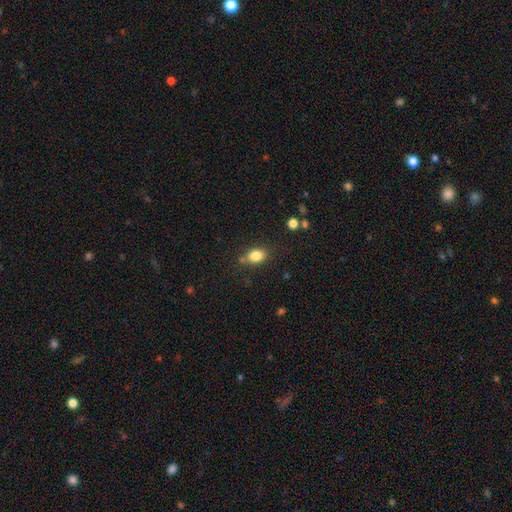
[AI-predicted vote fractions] Q: Smooth or featured?
A: smooth (84%); runner-up: star or artifact (10%)
Q: How rounded?
A: in between (75%); runner-up: round (23%)
Q: Merging?
A: none (74%); runner-up: minor disturbance (15%)